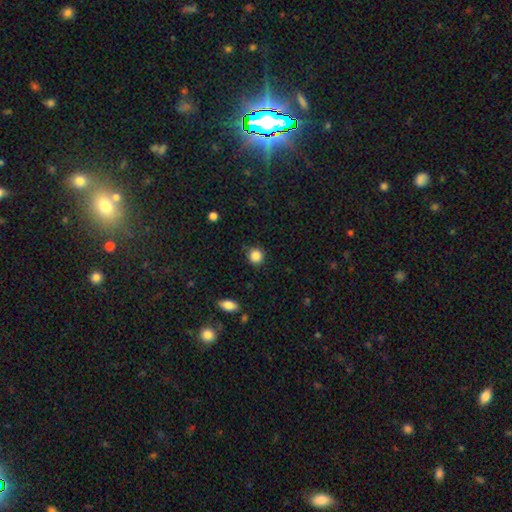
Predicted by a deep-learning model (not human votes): Smooth or featured?
  - smooth: 86% *
  - star or artifact: 10%
  - featured or disk: 3%
How rounded?
  - round: 91% *
  - in between: 8%
  - cigar-shaped: 1%
Merging?
  - none: 85% *
  - minor disturbance: 11%
  - major disturbance: 3%
  - merger: 2%